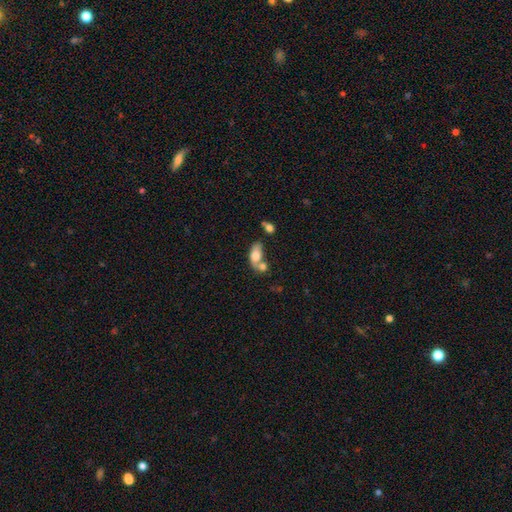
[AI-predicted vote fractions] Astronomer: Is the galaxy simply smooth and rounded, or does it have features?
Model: smooth — 74%.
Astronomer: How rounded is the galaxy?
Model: in between — 87%.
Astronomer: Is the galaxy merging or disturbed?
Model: merger — 47% (runner-up: none, 29%).